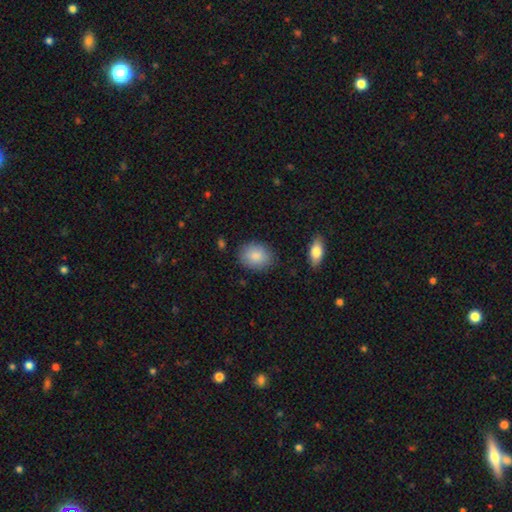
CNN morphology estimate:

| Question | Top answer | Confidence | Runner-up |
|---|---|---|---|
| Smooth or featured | smooth | 87% | star or artifact (7%) |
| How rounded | in between | 54% | round (44%) |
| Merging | none | 84% | minor disturbance (11%) |